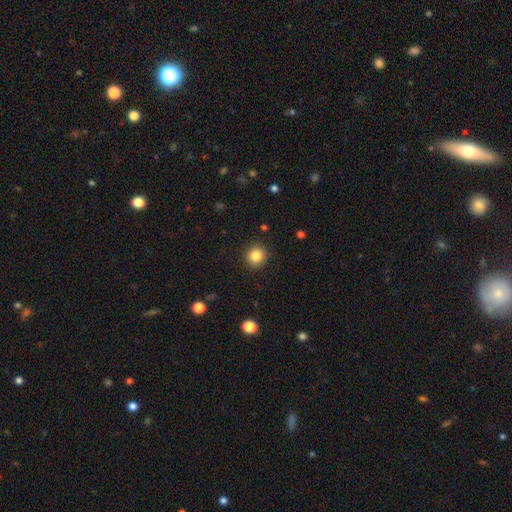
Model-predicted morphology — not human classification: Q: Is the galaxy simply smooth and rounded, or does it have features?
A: smooth — 84%.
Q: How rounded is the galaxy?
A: round — 91%.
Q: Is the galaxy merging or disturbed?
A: none — 91%.